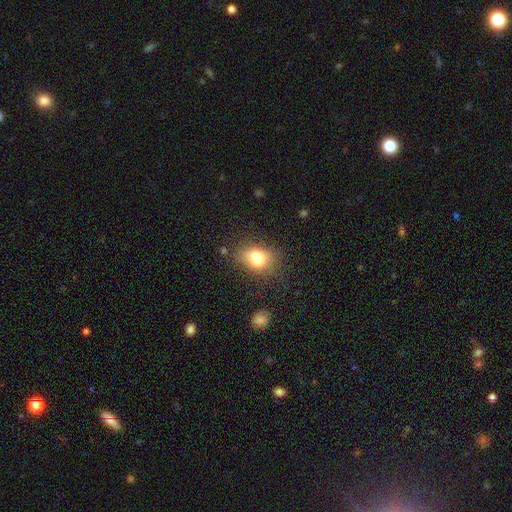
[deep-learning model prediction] The model was most divided on "merging": none: 46%, merger: 23%, minor disturbance: 21%, major disturbance: 9%. More confident: smooth or featured — smooth (74%); how rounded — in between (69%).